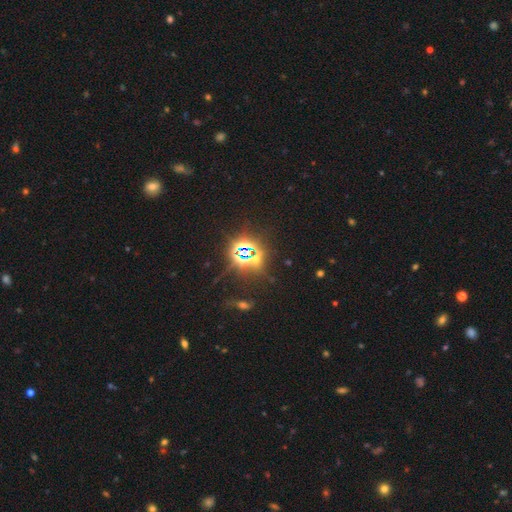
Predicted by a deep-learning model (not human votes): smooth-or-featured: star or artifact: 79% | smooth: 13% | featured or disk: 8%